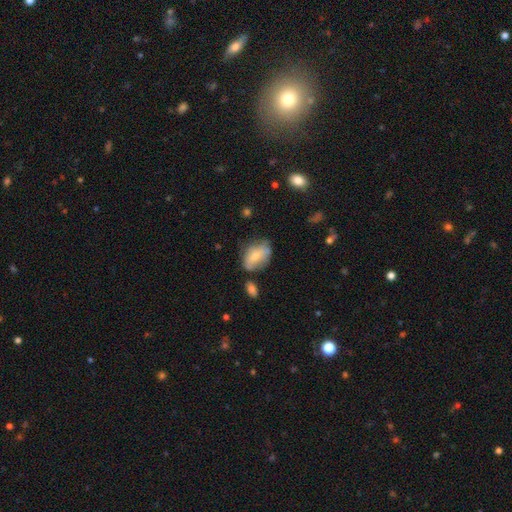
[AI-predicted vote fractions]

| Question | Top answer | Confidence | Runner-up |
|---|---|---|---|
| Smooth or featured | smooth | 64% | featured or disk (28%) |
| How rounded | in between | 84% | round (14%) |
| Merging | none | 47% | minor disturbance (32%) |